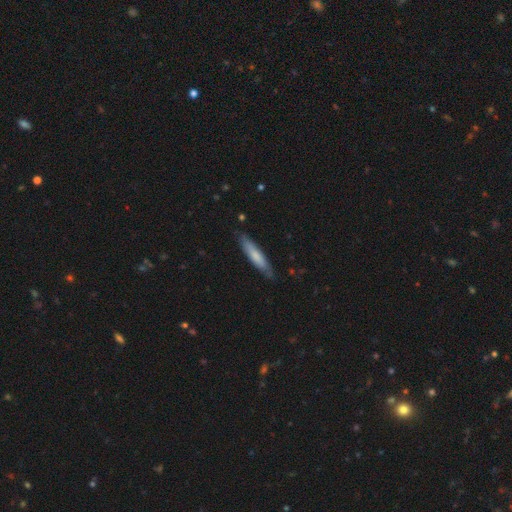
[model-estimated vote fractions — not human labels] smooth 68%, featured or disk 27%, star or artifact 5%. Down the decision tree: how rounded — cigar-shaped (85%); merging — none (81%).